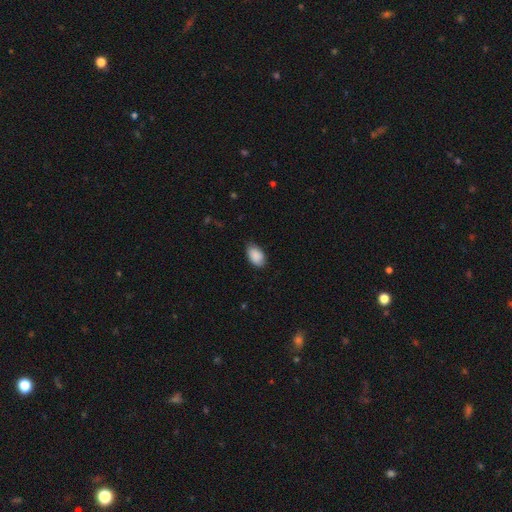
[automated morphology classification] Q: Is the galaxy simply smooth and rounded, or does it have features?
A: smooth — 90%.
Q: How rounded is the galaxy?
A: in between — 93%.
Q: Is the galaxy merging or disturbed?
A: none — 77%.